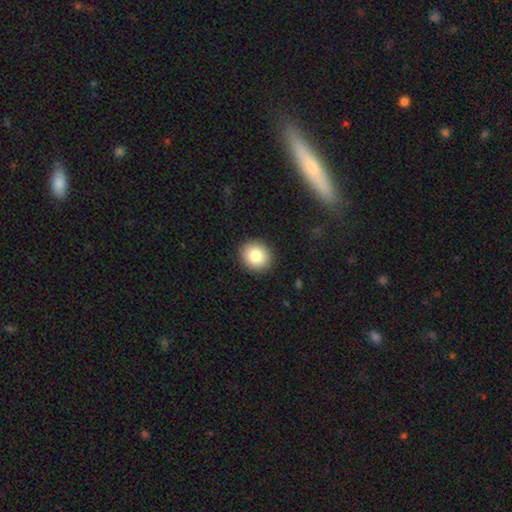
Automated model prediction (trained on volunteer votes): smooth-or-featured: smooth: 83% | star or artifact: 9% | featured or disk: 8%
  how-rounded: round: 84% | in between: 15% | cigar-shaped: 1%
  merging: none: 92% | minor disturbance: 6% | major disturbance: 2% | merger: 1%